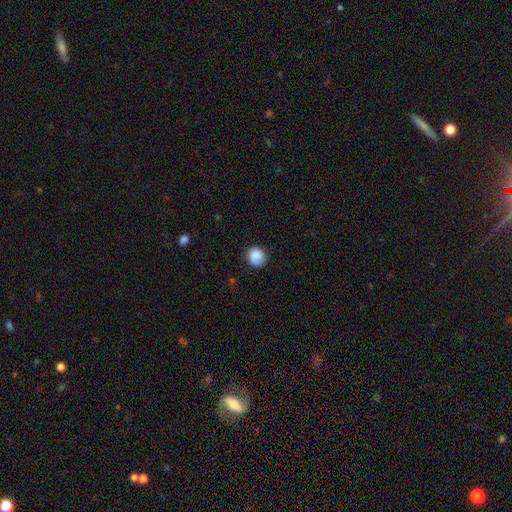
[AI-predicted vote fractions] A smooth galaxy with no disk features (88%) that is round (85%).

Vote fractions:
- Smooth or featured? smooth: 88% / star or artifact: 8% / featured or disk: 4%
- How rounded? round: 85% / in between: 14% / cigar-shaped: 1%
- Merging? none: 80% / minor disturbance: 15% / major disturbance: 3% / merger: 1%